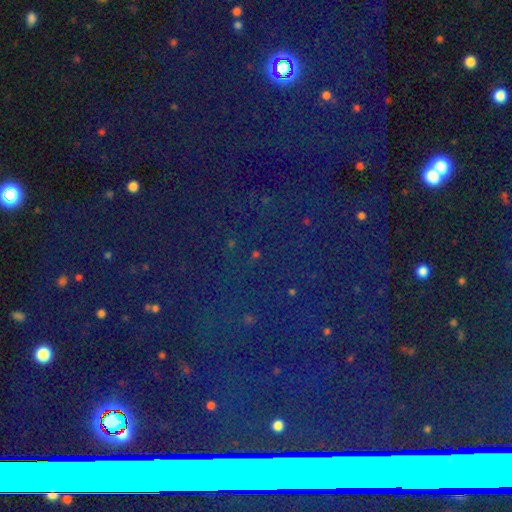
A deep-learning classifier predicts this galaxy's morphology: smooth-or-featured: star or artifact: 79% | smooth: 13% | featured or disk: 8%